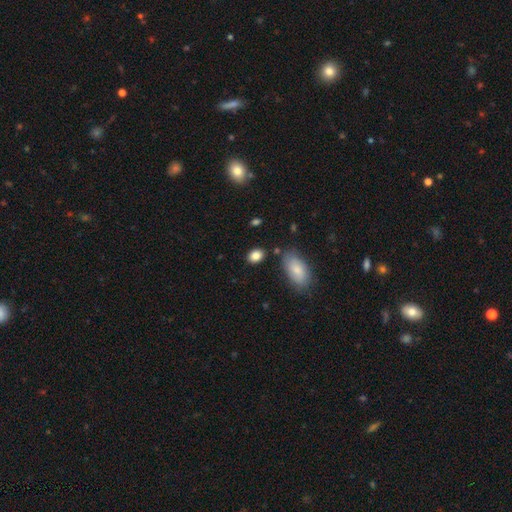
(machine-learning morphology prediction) The model was most divided on "how rounded": in between: 73%, round: 26%, cigar-shaped: 2%. More confident: smooth or featured — smooth (86%); merging — none (80%).